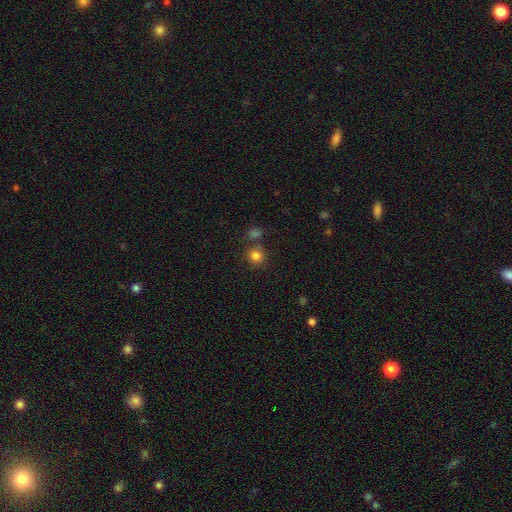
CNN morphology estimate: Smooth or featured?
  - smooth: 81% *
  - star or artifact: 13%
  - featured or disk: 6%
How rounded?
  - round: 88% *
  - in between: 11%
  - cigar-shaped: 1%
Merging?
  - none: 71% *
  - merger: 17%
  - minor disturbance: 9%
  - major disturbance: 3%